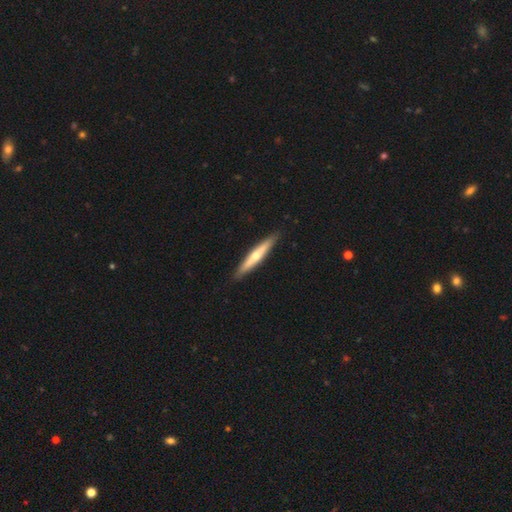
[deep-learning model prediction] This appears to be a featured or disk galaxy (53%) viewed edge-on (94%) with a rounded central bulge (84%). Merging: none (91%).